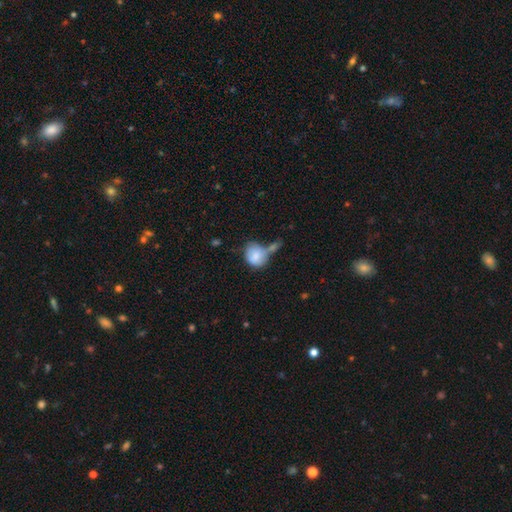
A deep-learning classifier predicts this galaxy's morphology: The model was most divided on "how rounded": round: 56%, in between: 43%, cigar-shaped: 1%. Remaining: smooth or featured — smooth (78%); merging — merger (40%).